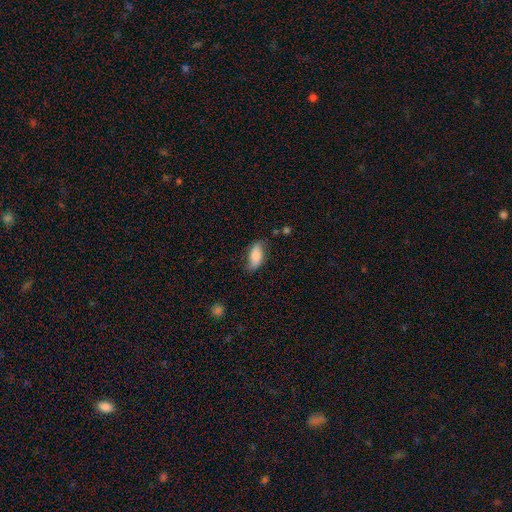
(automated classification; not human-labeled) Smooth or featured: smooth — 78% (featured or disk — 15%)
How rounded: in between — 88% (cigar-shaped — 9%)
Merging: none — 70% (minor disturbance — 23%)